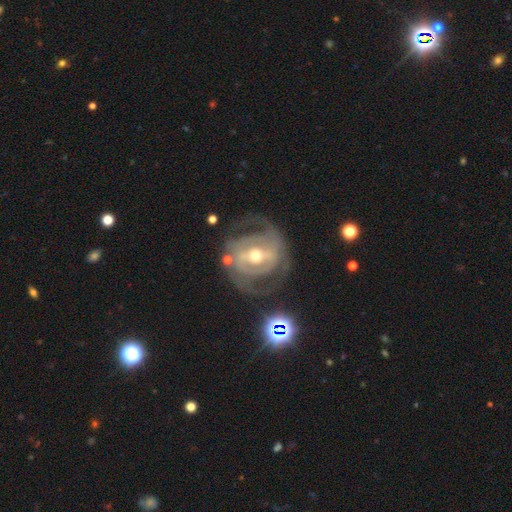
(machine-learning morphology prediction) Smooth or featured? Predicted: featured or disk (p=0.86). Edge-on disk? Predicted: no (p=0.97). Bar? Predicted: strong (p=0.48). Spiral arms? Predicted: yes (p=0.85). Spiral winding? Predicted: tight (p=0.44). Spiral arm count? Predicted: 2 (p=0.62). Bulge size? Predicted: moderate (p=0.64). Merging? Predicted: none (p=0.64).